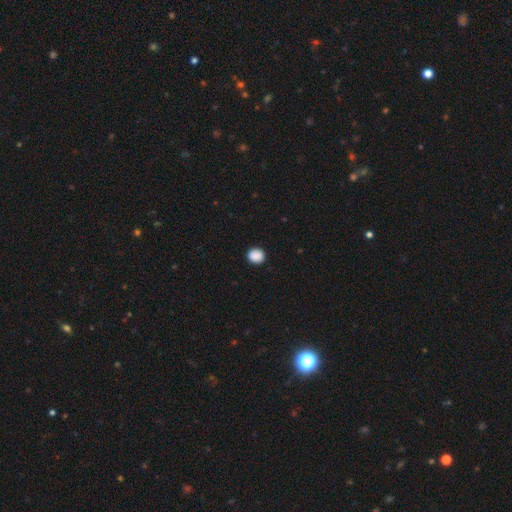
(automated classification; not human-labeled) A smooth galaxy with no disk features (89%) that is round (77%).

Vote fractions:
- Smooth or featured? smooth: 89% / star or artifact: 8% / featured or disk: 3%
- How rounded? round: 77% / in between: 22% / cigar-shaped: 1%
- Merging? none: 90% / minor disturbance: 7% / major disturbance: 2% / merger: 1%